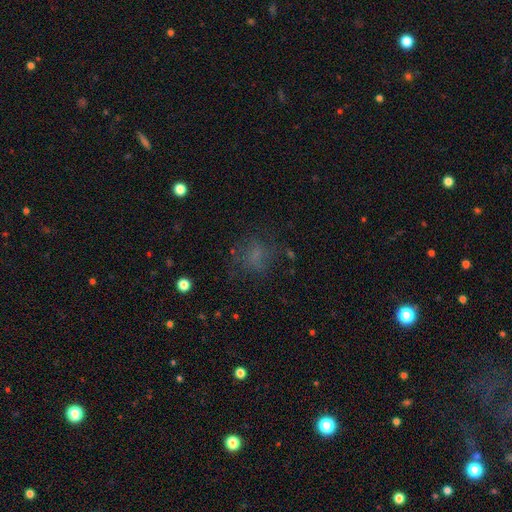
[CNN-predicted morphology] type=smooth (58%); roundness=round (65%); merging=none (62%).